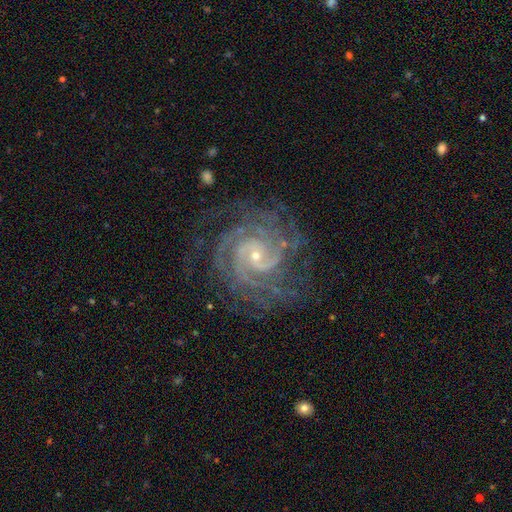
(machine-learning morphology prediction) smooth-or-featured: featured or disk: 92% | star or artifact: 6% | smooth: 3%
  disk-edge-on: no: 98% | yes: 2%
    bar: no: 59% | weak: 30% | strong: 11%
    has-spiral-arms: yes: 99% | no: 1%
      spiral-winding: tight: 72% | medium: 25% | loose: 3%
      spiral-arm-count: 2: 25% | 3: 20% | 4: 20% | can't tell: 15% | more than 4: 12% | 1: 8%
    bulge-size: small: 80% | moderate: 17% | none: 1% | large: 1% | dominant: 1%
  merging: none: 76% | minor disturbance: 16% | major disturbance: 7% | merger: 1%